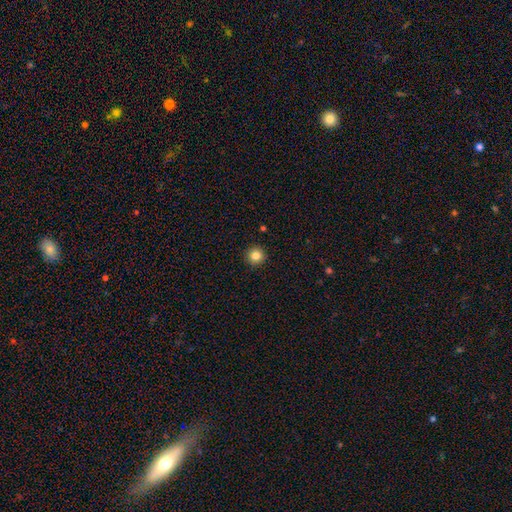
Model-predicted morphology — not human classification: A smooth galaxy with no disk features (83%) that is round (96%).

Vote fractions:
- Smooth or featured? smooth: 83% / star or artifact: 11% / featured or disk: 6%
- How rounded? round: 96% / in between: 3% / cigar-shaped: 1%
- Merging? none: 93% / minor disturbance: 4% / major disturbance: 1% / merger: 1%